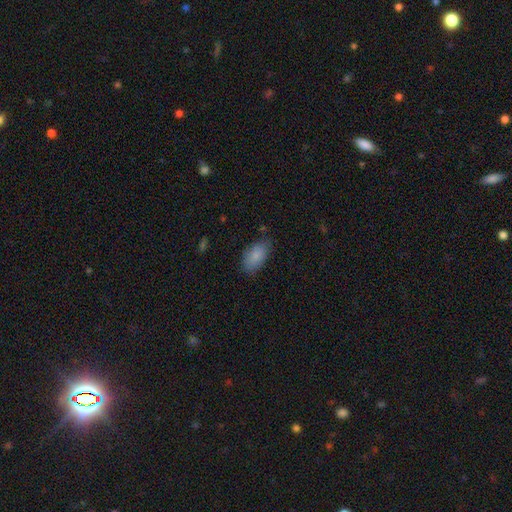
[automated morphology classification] A smooth galaxy with no disk features (85%) that is in between round and cigar-shaped (93%).

Vote fractions:
- Smooth or featured? smooth: 85% / featured or disk: 8% / star or artifact: 7%
- How rounded? in between: 93% / round: 4% / cigar-shaped: 3%
- Merging? none: 75% / minor disturbance: 20% / major disturbance: 4% / merger: 2%